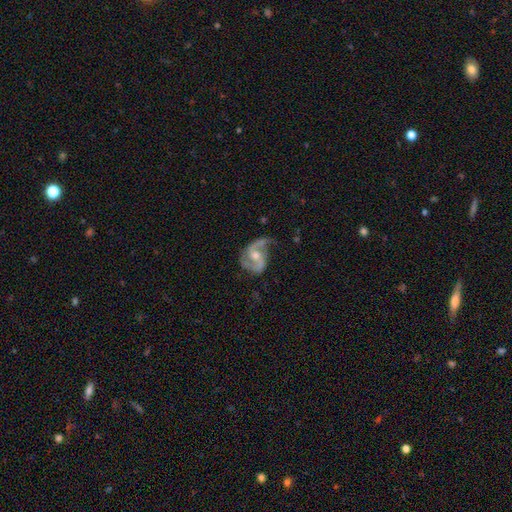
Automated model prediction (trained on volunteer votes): Smooth or featured?
  - featured or disk: 87% *
  - smooth: 7%
  - star or artifact: 6%
Edge-on disk?
  - no: 98% *
  - yes: 2%
Bar?
  - weak: 44% *
  - no: 42%
  - strong: 15%
Spiral arms?
  - yes: 96% *
  - no: 4%
Spiral winding?
  - medium: 47% *
  - loose: 40%
  - tight: 13%
Spiral arm count?
  - 2: 87% *
  - 1: 5%
  - can't tell: 3%
  - 3: 2%
  - 4: 1%
  - more than 4: 1%
Bulge size?
  - moderate: 61% *
  - small: 31%
  - large: 4%
  - none: 3%
  - dominant: 1%
Merging?
  - none: 55% *
  - minor disturbance: 23%
  - major disturbance: 19%
  - merger: 3%